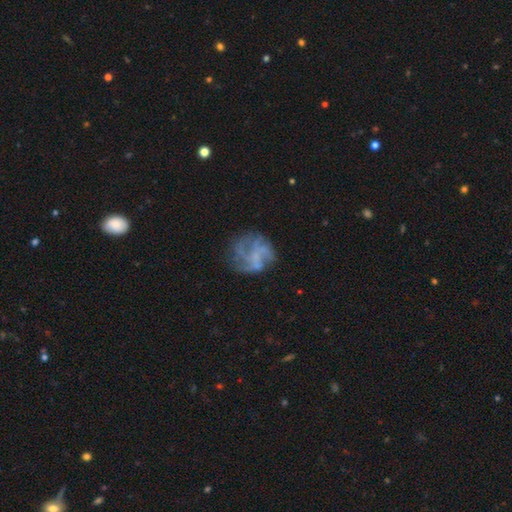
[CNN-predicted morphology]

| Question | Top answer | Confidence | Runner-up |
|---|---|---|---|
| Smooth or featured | featured or disk | 65% | smooth (23%) |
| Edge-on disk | no | 98% | yes (2%) |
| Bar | no | 74% | weak (21%) |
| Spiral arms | yes | 61% | no (39%) |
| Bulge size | none | 70% | small (16%) |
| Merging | none | 60% | major disturbance (19%) |